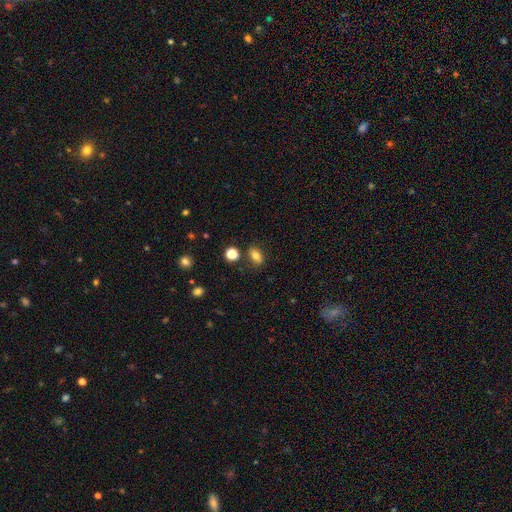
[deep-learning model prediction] This is likely a smooth galaxy (78%). How rounded: likely in between (80%). Merging: clearly none (81%).